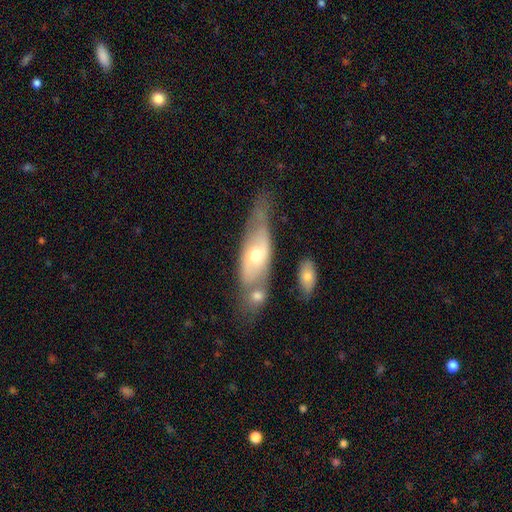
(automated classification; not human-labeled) Q: Smooth or featured?
A: featured or disk (52%); runner-up: smooth (41%)
Q: Edge-on disk?
A: no (70%); runner-up: yes (30%)
Q: Merging?
A: none (44%); runner-up: merger (24%)